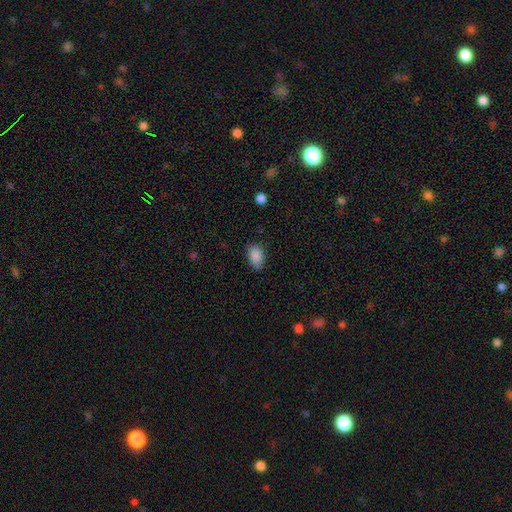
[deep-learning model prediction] Q: Smooth or featured?
A: smooth (87%); runner-up: star or artifact (8%)
Q: How rounded?
A: in between (85%); runner-up: round (13%)
Q: Merging?
A: none (74%); runner-up: minor disturbance (21%)